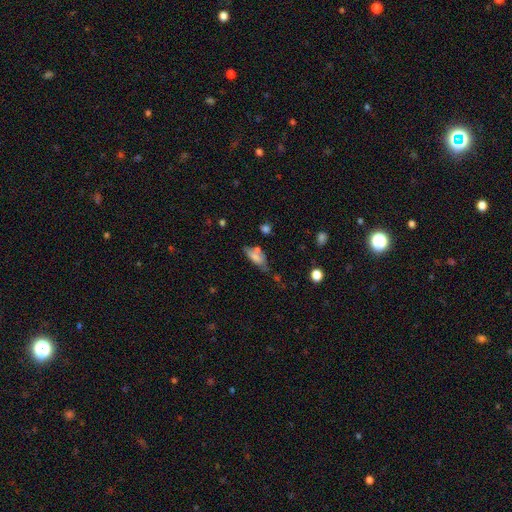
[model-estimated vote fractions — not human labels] smooth-or-featured: smooth: 71% | featured or disk: 20% | star or artifact: 9%
  how-rounded: in between: 74% | cigar-shaped: 23% | round: 3%
  merging: none: 45% | minor disturbance: 29% | merger: 15% | major disturbance: 11%